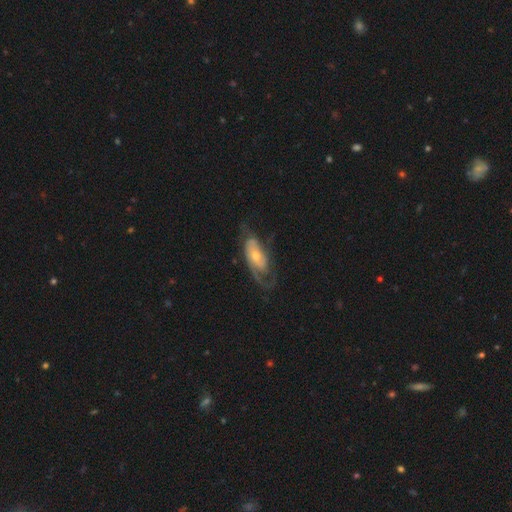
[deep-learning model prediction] Overall: featured or disk (72%). Edge-on disk: no (91%). Bar: no (67%). Spiral arms: yes (84%). Spiral arm count: 2 (46%; 1 24%). Spiral winding: medium (39%; tight 36%). Bulge size: moderate (50%; small 43%). Merging: none (50%; major disturbance 25%).